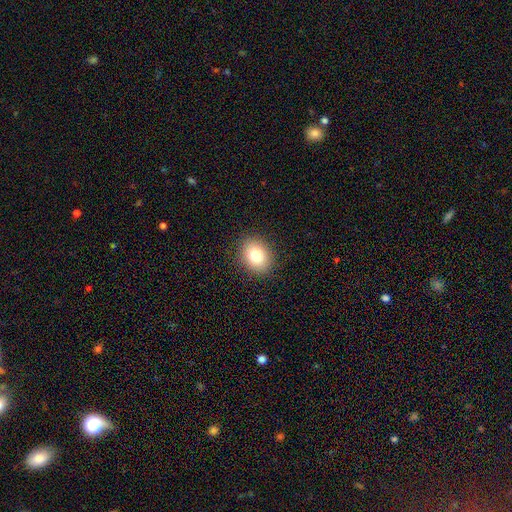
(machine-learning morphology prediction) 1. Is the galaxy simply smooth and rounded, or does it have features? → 81% smooth, 10% star or artifact, 9% featured or disk.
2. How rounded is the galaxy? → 53% in between, 46% round, 1% cigar-shaped.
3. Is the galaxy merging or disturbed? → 89% none, 8% minor disturbance, 2% major disturbance, 1% merger.